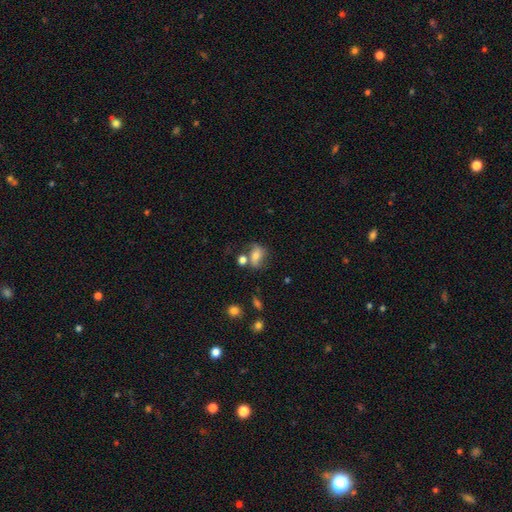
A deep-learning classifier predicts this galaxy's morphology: The model was most divided on "merging": none: 48%, merger: 23%, minor disturbance: 19%, major disturbance: 10%. More confident: how rounded — in between (69%); smooth or featured — smooth (61%).